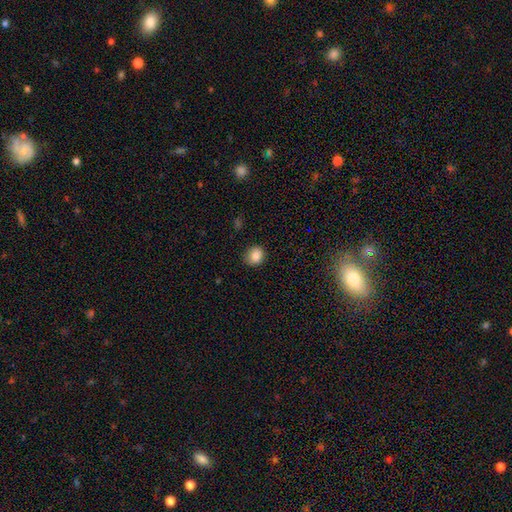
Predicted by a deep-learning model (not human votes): Smooth or featured: smooth — 87% (star or artifact — 10%)
How rounded: round — 68% (in between — 31%)
Merging: none — 83% (minor disturbance — 13%)